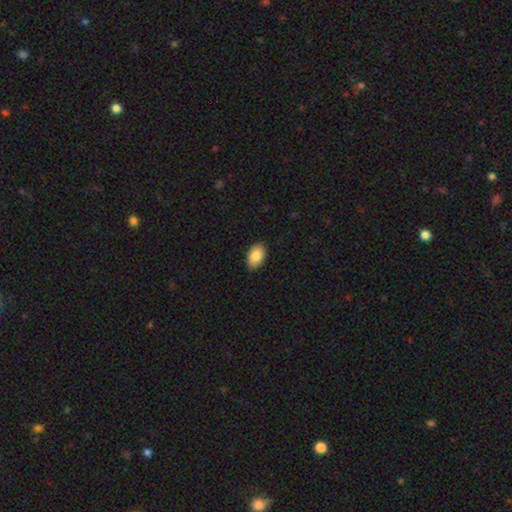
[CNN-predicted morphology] Smooth or featured? Predicted: smooth (p=0.87). How rounded? Predicted: in between (p=0.92). Merging? Predicted: none (p=0.89).